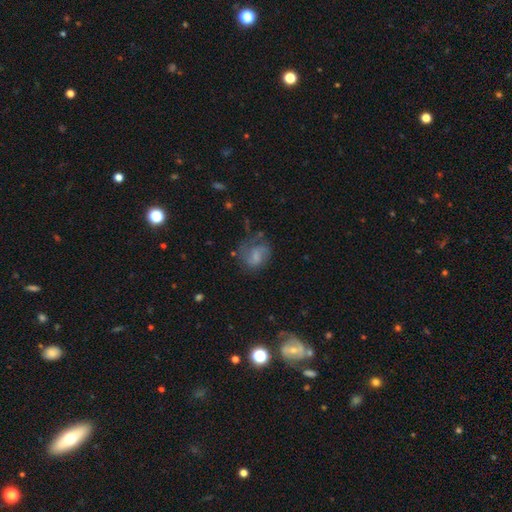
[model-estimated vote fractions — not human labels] featured or disk 48%, smooth 42%, star or artifact 10%. Down the decision tree: merging — none (41%).